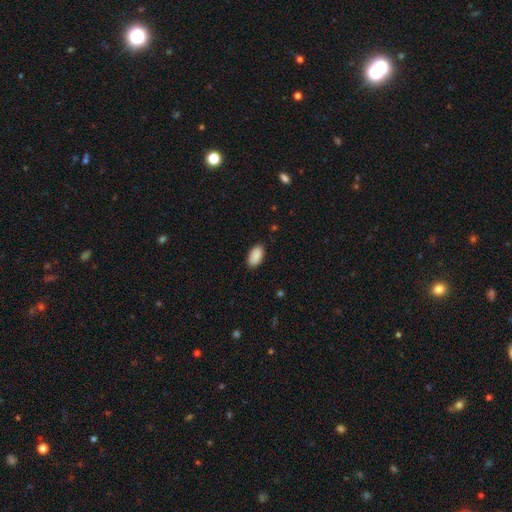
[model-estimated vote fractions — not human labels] Smooth or featured?
  - smooth: 90% *
  - star or artifact: 7%
  - featured or disk: 3%
How rounded?
  - in between: 95% *
  - round: 3%
  - cigar-shaped: 2%
Merging?
  - none: 87% *
  - minor disturbance: 10%
  - major disturbance: 2%
  - merger: 1%